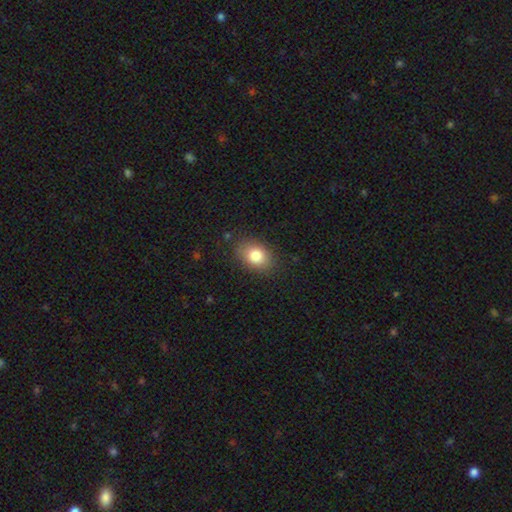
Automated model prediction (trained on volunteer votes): This is clearly a smooth galaxy (82%). How rounded: likely in between (73%). Merging: clearly none (83%).